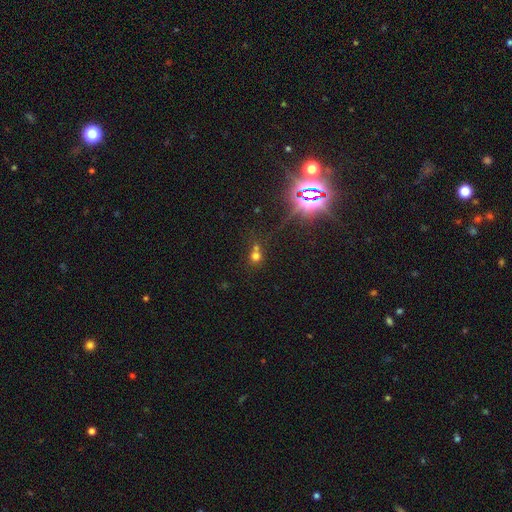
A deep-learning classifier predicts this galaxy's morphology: A smooth galaxy with no disk features (60%) that is round (82%). Merging: none (47%).